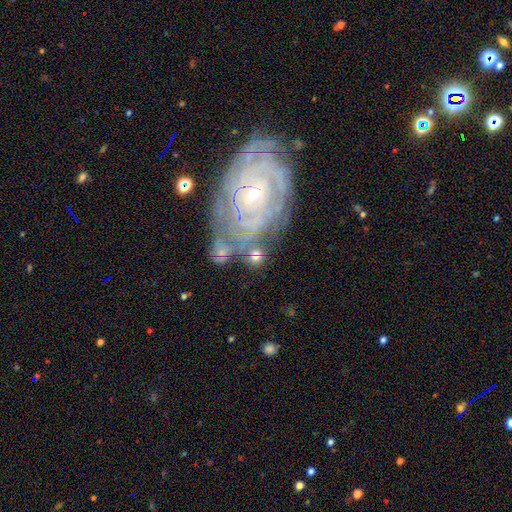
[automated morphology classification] A featured or disk galaxy (44%).

Vote fractions:
- Smooth or featured? featured or disk: 44% / smooth: 42% / star or artifact: 15%
- Merging? none: 51% / merger: 22% / minor disturbance: 16% / major disturbance: 12%